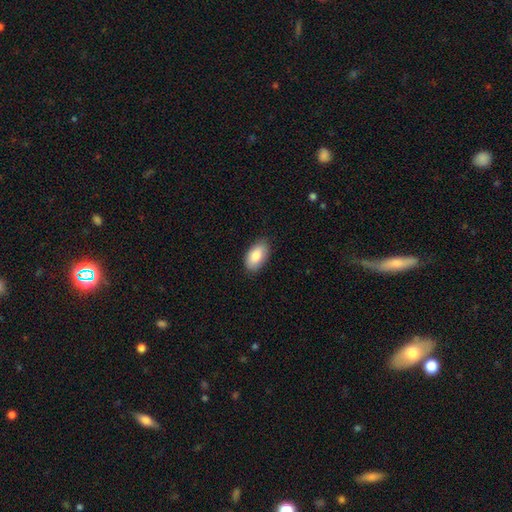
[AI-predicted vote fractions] Overall: smooth (85%). How rounded: in between (95%). Merging: none (85%).